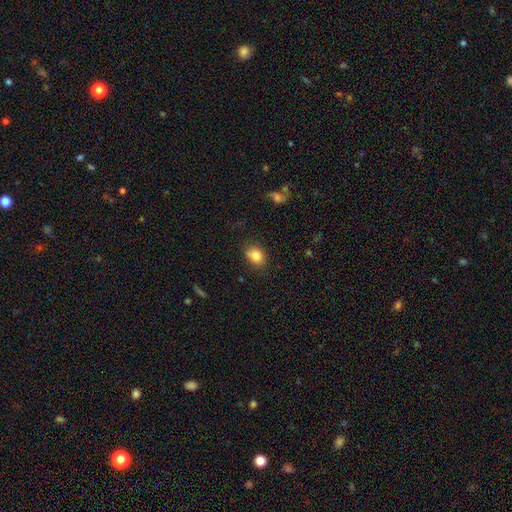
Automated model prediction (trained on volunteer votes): smooth-or-featured: smooth: 82% | star or artifact: 10% | featured or disk: 8%
  how-rounded: in between: 60% | round: 39% | cigar-shaped: 1%
  merging: none: 76% | minor disturbance: 17% | major disturbance: 4% | merger: 3%